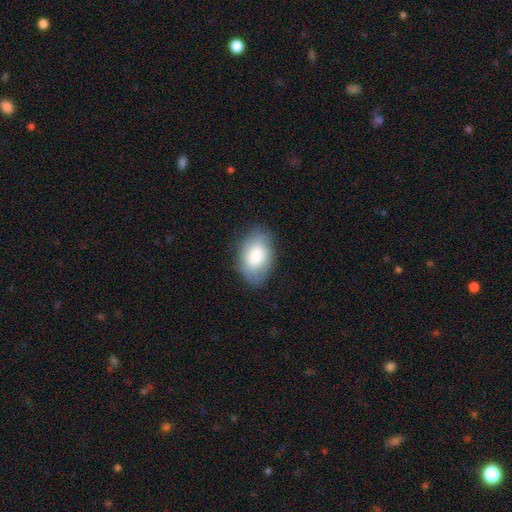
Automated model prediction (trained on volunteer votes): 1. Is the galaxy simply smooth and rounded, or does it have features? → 79% smooth, 14% featured or disk, 7% star or artifact.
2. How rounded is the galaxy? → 88% in between, 10% round, 1% cigar-shaped.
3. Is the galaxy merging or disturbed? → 80% none, 15% minor disturbance, 4% major disturbance, 1% merger.